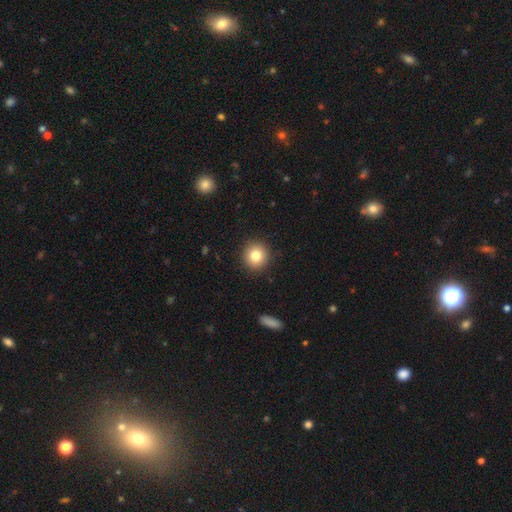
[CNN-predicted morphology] type=smooth (81%); roundness=round (92%); merging=none (92%).